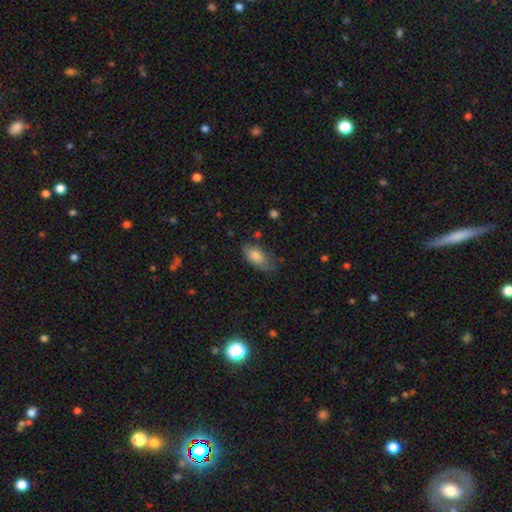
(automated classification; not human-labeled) smooth_or_featured: smooth (p=0.80) [alt: featured or disk p=0.12]
how_rounded: in between (p=0.89) [alt: cigar-shaped p=0.07]
merging: none (p=0.62) [alt: minor disturbance p=0.28]